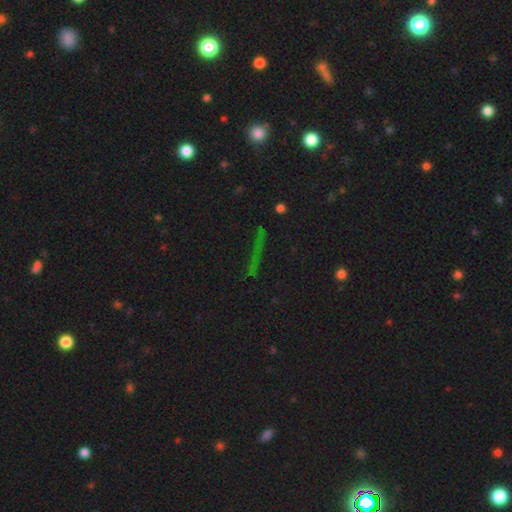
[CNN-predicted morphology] This is likely a star or artifact rather than a galaxy (62%).